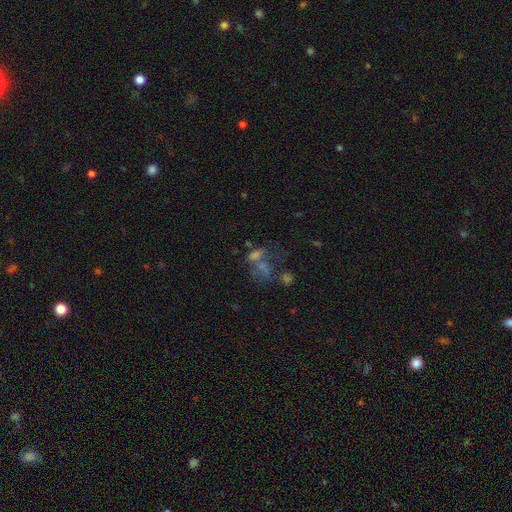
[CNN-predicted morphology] smooth_or_featured: smooth (p=0.47) [alt: featured or disk p=0.27]
merging: merger (p=0.43) [alt: none p=0.25]